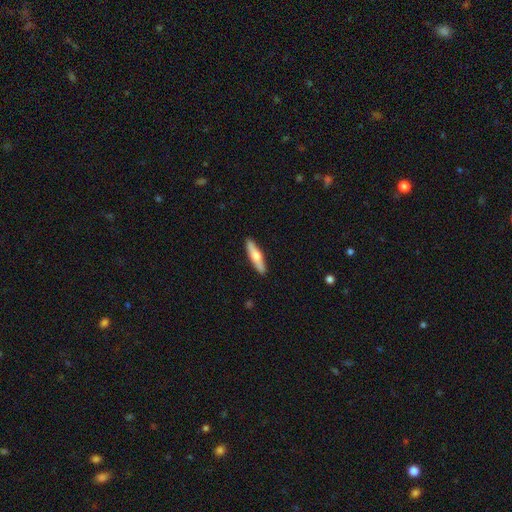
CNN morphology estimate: type=smooth (56%); roundness=cigar-shaped (78%); merging=none (91%).